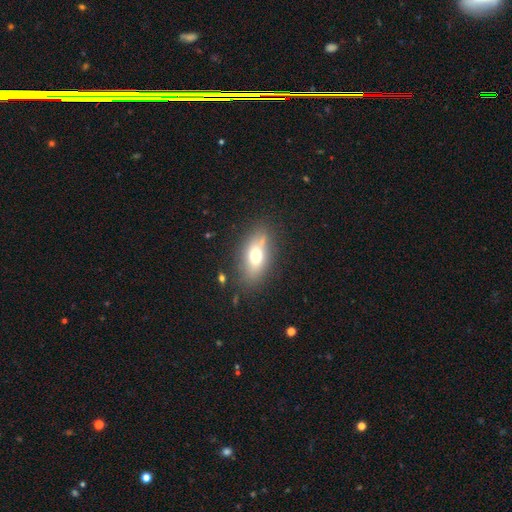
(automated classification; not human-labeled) A smooth galaxy with no disk features (63%) that is in between round and cigar-shaped (79%).

Vote fractions:
- Smooth or featured? smooth: 63% / featured or disk: 26% / star or artifact: 11%
- How rounded? in between: 79% / round: 11% / cigar-shaped: 10%
- Merging? none: 76% / minor disturbance: 15% / major disturbance: 5% / merger: 4%